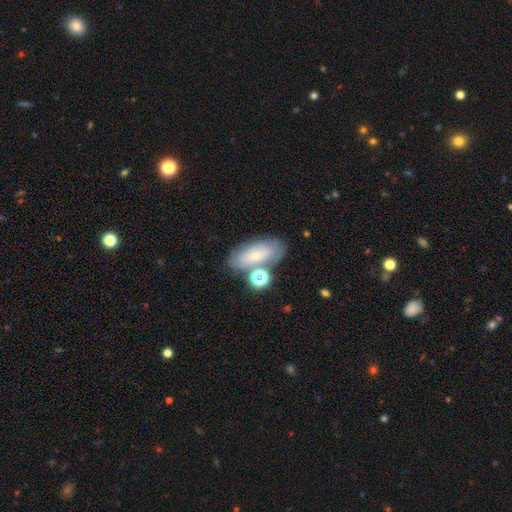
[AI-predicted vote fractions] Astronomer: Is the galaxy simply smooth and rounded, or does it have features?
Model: smooth — 50% (runner-up: featured or disk, 38%).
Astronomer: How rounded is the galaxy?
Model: in between — 82%.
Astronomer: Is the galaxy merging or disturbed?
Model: none — 61%.